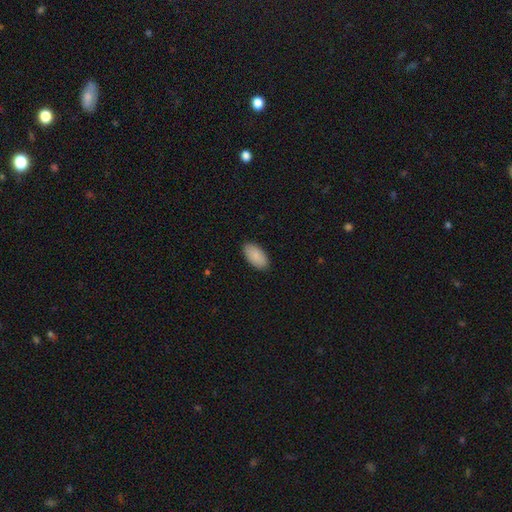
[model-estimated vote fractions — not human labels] Smooth or featured? smooth (89%)
How rounded? in between (96%)
Merging? none (89%)